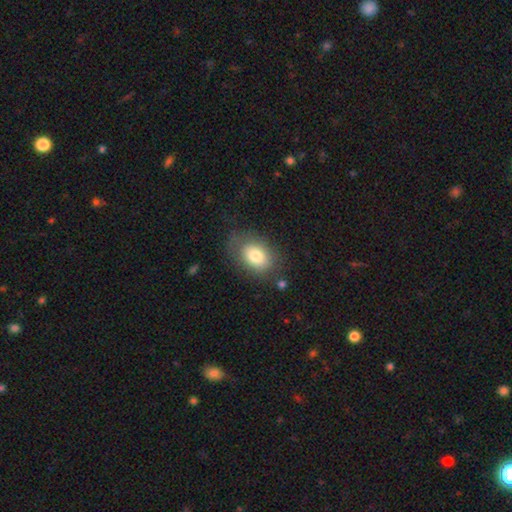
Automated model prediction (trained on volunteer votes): Smooth or featured? smooth (79%)
How rounded? in between (79%)
Merging? none (68%)